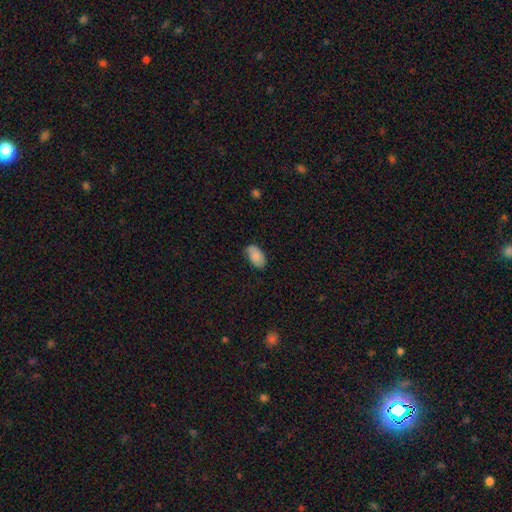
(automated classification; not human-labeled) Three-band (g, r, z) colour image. It shows a smooth galaxy with no disk features (82%) that is in between round and cigar-shaped (94%). Merging: none (70%).